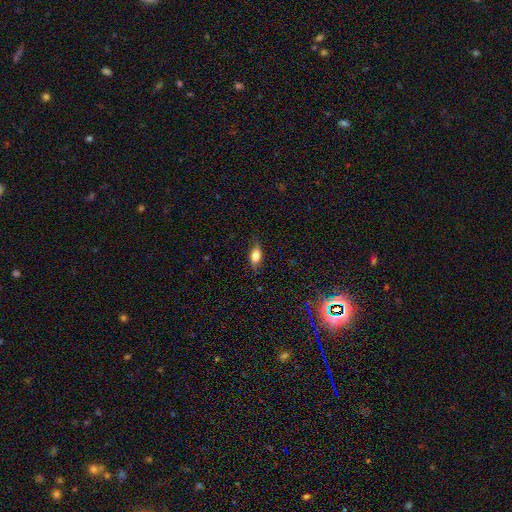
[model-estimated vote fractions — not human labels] Smooth or featured: smooth — 73% (featured or disk — 19%)
How rounded: in between — 79% (cigar-shaped — 16%)
Merging: none — 81% (minor disturbance — 15%)